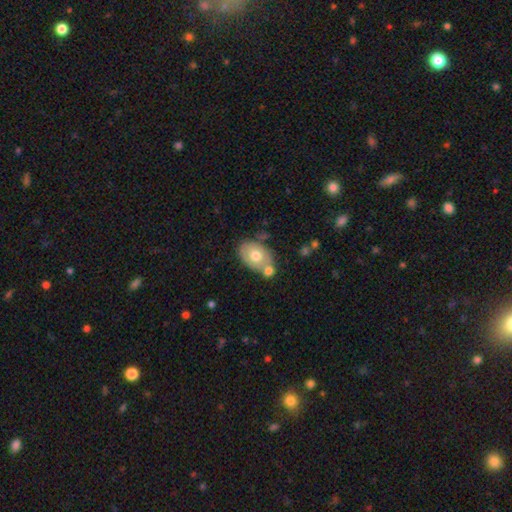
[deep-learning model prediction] The model was most divided on "merging": none: 44%, merger: 35%, minor disturbance: 15%, major disturbance: 5%. More confident: how rounded — in between (81%); smooth or featured — smooth (65%).